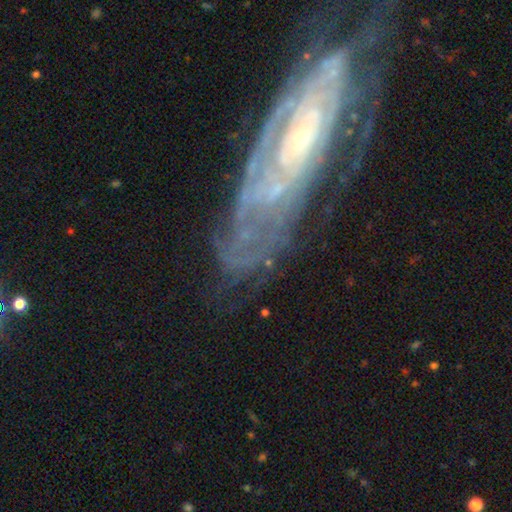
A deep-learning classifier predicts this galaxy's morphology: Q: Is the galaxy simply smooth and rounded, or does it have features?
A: featured or disk — 83%.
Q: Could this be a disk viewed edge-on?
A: no — 86%.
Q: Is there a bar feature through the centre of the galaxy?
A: no — 70%.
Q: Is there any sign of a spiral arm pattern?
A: yes — 89%.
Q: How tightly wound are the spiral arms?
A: tight — 74%.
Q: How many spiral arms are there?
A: can't tell — 51%.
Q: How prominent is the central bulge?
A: small — 81%.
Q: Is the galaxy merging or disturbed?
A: none — 66%.